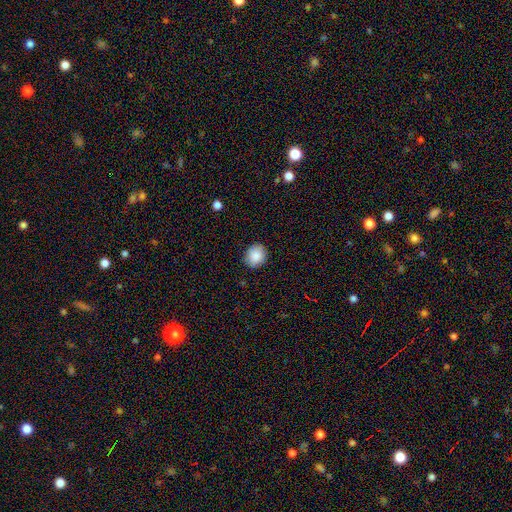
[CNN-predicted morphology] smooth 88%, star or artifact 8%, featured or disk 4%. Down the decision tree: how rounded — round (68%); merging — none (88%).